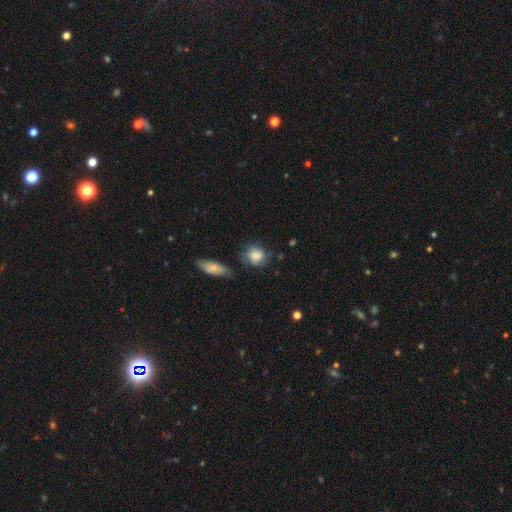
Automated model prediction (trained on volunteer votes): Smooth or featured? smooth (75%)
How rounded? round (68%)
Merging? none (59%)